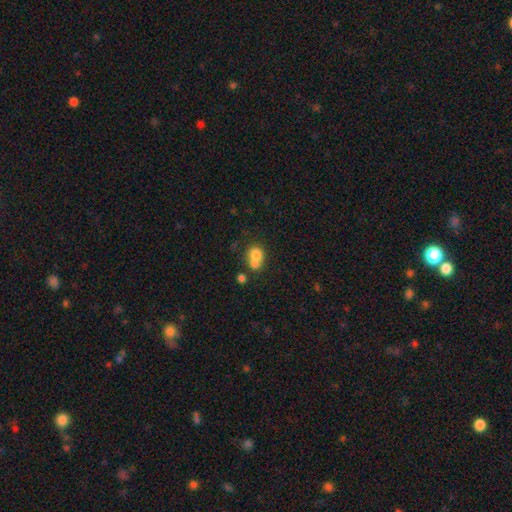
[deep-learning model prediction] Smooth or featured? Predicted: smooth (p=0.75). How rounded? Predicted: round (p=0.66). Merging? Predicted: merger (p=0.54).